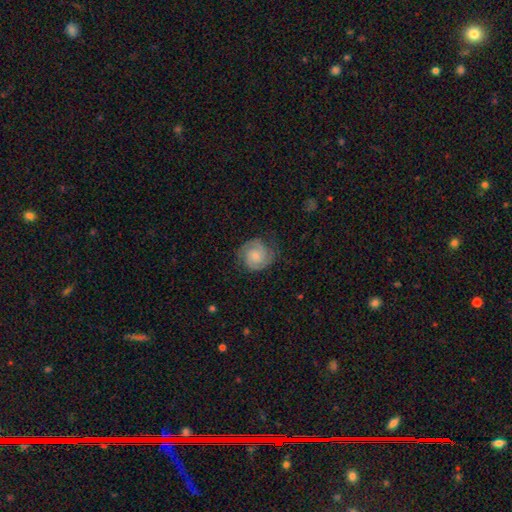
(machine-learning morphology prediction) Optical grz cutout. It shows a featured or disk galaxy (77%) with no bar (67%), 2 (80%) tight (60%) spiral arms (96%) and a small central bulge (53%). Merging: none (76%).